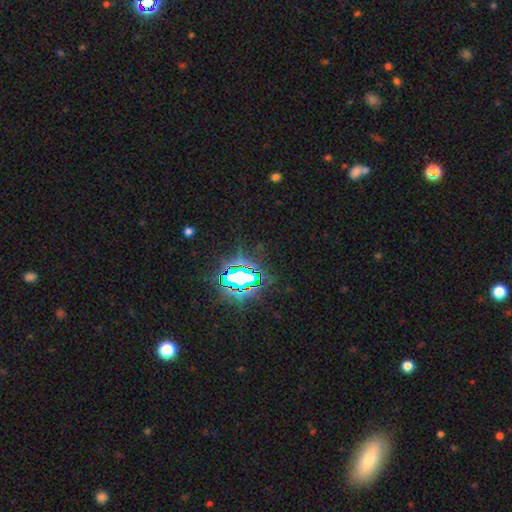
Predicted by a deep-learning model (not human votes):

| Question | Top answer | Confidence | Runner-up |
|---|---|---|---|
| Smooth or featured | star or artifact | 82% | smooth (11%) |